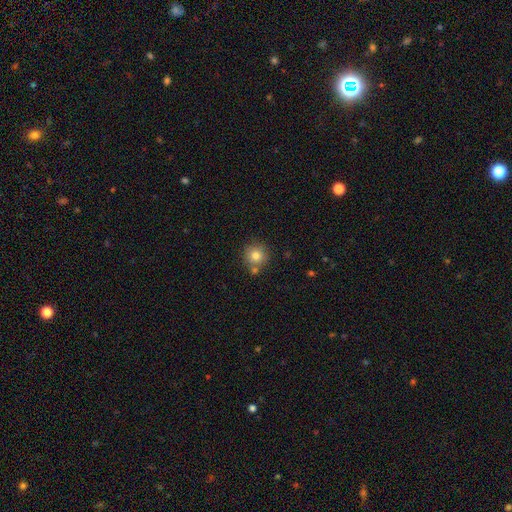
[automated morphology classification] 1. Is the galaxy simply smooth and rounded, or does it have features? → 79% smooth, 11% star or artifact, 10% featured or disk.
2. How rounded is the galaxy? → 94% round, 6% in between, 1% cigar-shaped.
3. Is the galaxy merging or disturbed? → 74% none, 13% merger, 10% minor disturbance, 3% major disturbance.